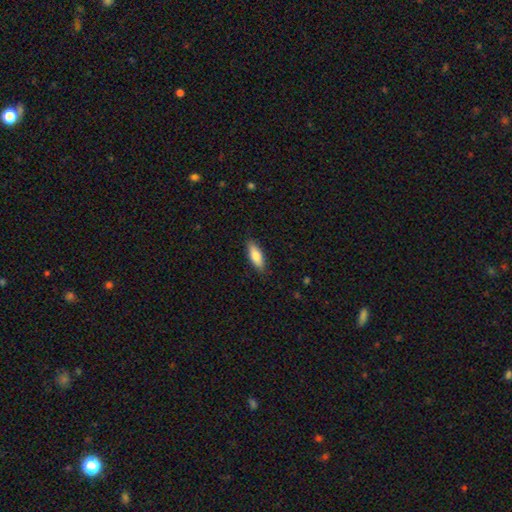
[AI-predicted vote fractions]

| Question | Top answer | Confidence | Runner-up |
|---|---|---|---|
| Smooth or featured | smooth | 80% | featured or disk (14%) |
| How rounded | in between | 68% | cigar-shaped (30%) |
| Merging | none | 87% | minor disturbance (10%) |